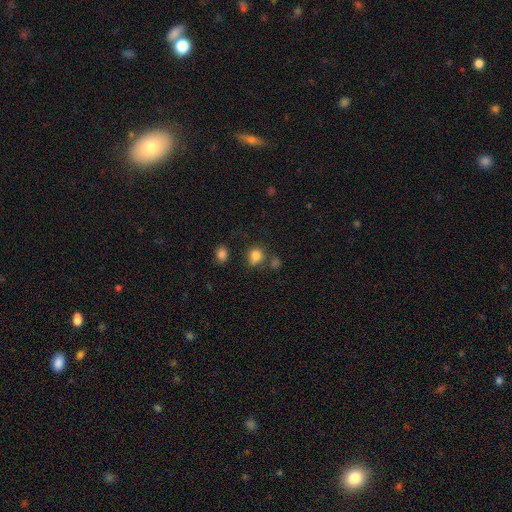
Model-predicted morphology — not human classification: Overall: smooth (83%). How rounded: round (74%). Merging: none (67%).